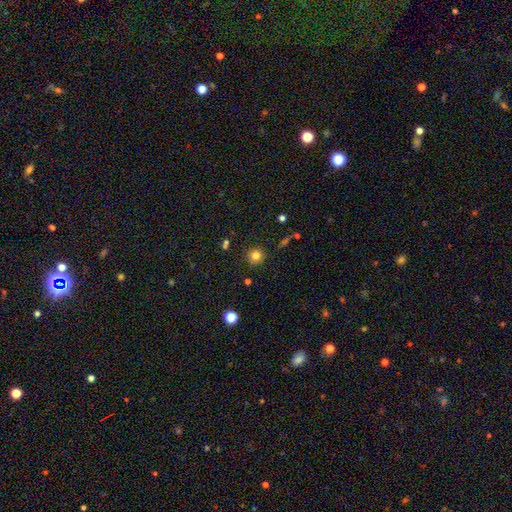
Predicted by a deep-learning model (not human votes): Morphology: type=smooth (80%); roundness=round (91%); merging=none (87%).